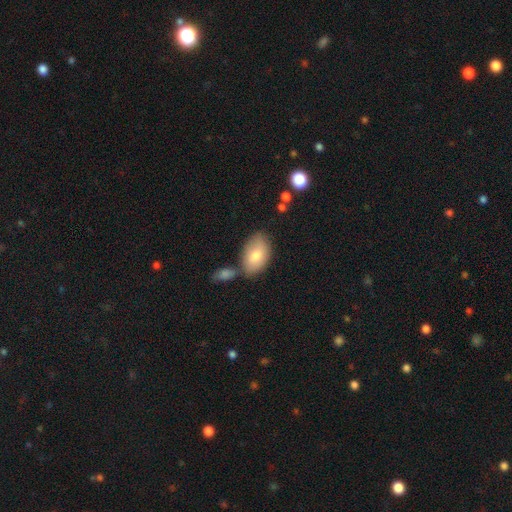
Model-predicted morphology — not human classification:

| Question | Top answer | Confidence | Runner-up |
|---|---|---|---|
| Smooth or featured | smooth | 77% | featured or disk (16%) |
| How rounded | in between | 93% | round (6%) |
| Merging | none | 60% | merger (18%) |